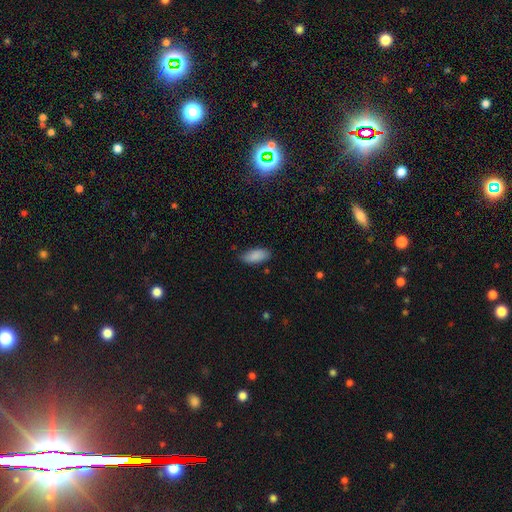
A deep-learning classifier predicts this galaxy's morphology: This appears to be a smooth galaxy with no disk features (88%) that is in between round and cigar-shaped (87%). Merging: none (80%).